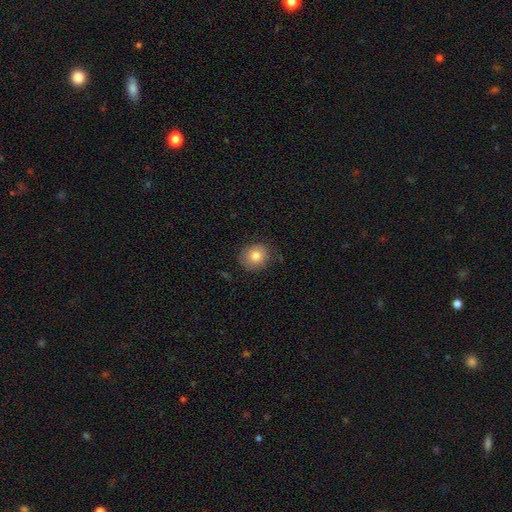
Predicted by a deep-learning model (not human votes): A smooth galaxy with no disk features (81%) that is round (83%).

Vote fractions:
- Smooth or featured? smooth: 81% / featured or disk: 10% / star or artifact: 9%
- How rounded? round: 83% / in between: 16% / cigar-shaped: 1%
- Merging? none: 81% / minor disturbance: 14% / major disturbance: 3% / merger: 1%